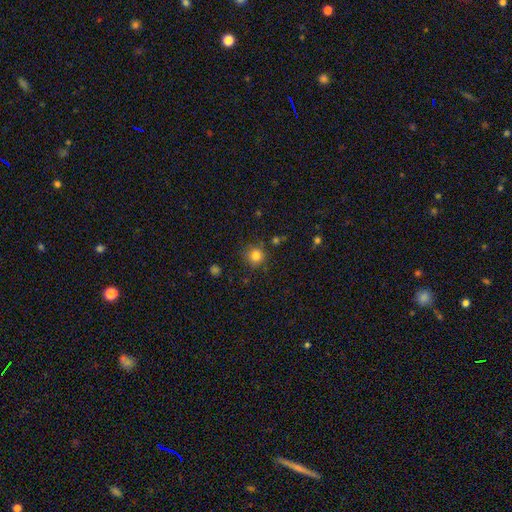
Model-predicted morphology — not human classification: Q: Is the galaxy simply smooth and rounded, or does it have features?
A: smooth — 81%.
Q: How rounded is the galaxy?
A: round — 92%.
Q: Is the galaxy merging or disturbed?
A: none — 83%.